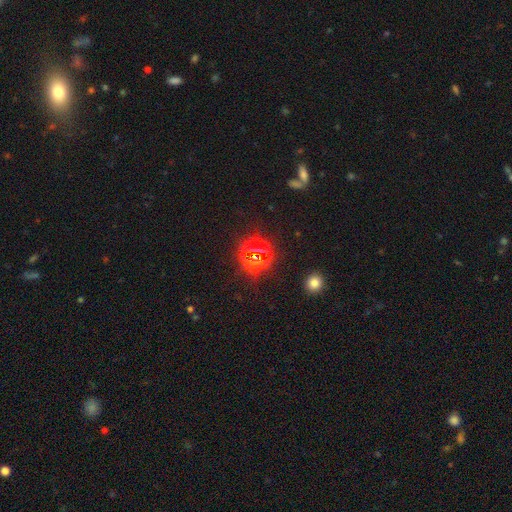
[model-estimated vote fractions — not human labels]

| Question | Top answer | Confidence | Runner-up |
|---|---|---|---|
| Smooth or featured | star or artifact | 73% | smooth (17%) |